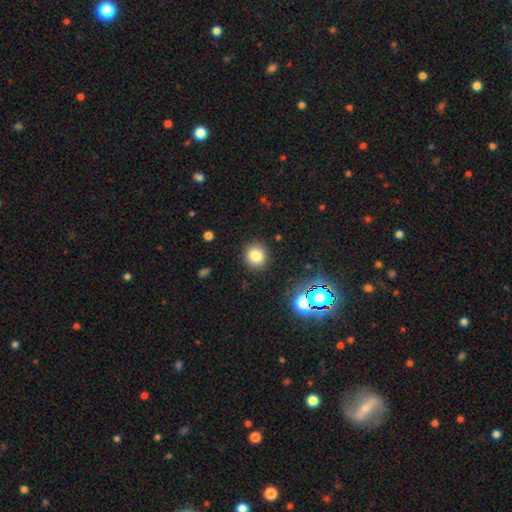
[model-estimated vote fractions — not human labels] smooth_or_featured: smooth (p=0.80) [alt: star or artifact p=0.13]
how_rounded: round (p=0.86) [alt: in between p=0.13]
merging: none (p=0.89) [alt: minor disturbance p=0.07]